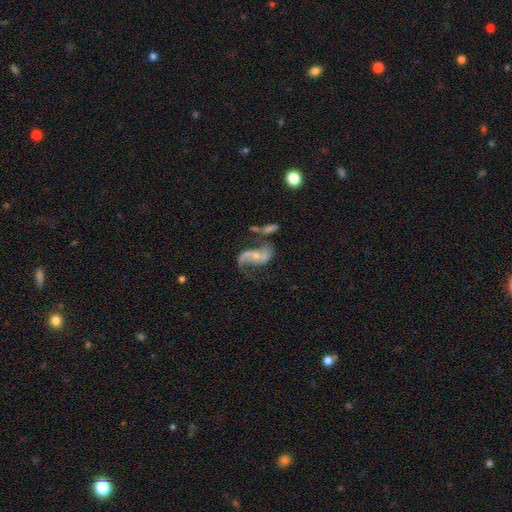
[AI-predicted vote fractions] The model was most divided on "bar": no: 51%, weak: 36%, strong: 14%. Remaining: edge-on disk — no (97%); spiral arms — yes (94%); spiral arm count — 2 (88%); smooth or featured — featured or disk (85%); spiral winding — loose (67%); bulge size — small (57%); merging — none (40%).